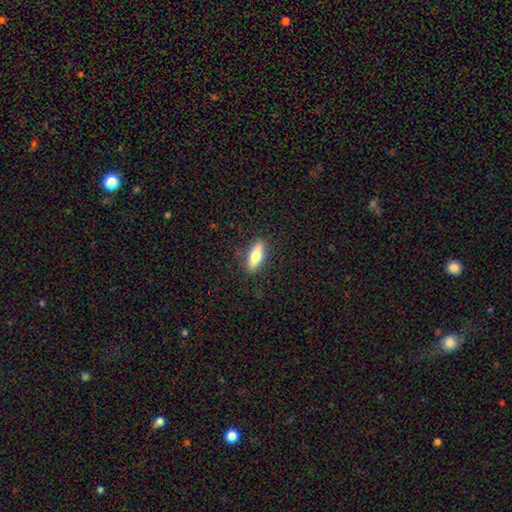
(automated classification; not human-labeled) Q: Smooth or featured?
A: smooth (63%); runner-up: featured or disk (30%)
Q: How rounded?
A: in between (58%); runner-up: cigar-shaped (39%)
Q: Merging?
A: none (87%); runner-up: minor disturbance (9%)